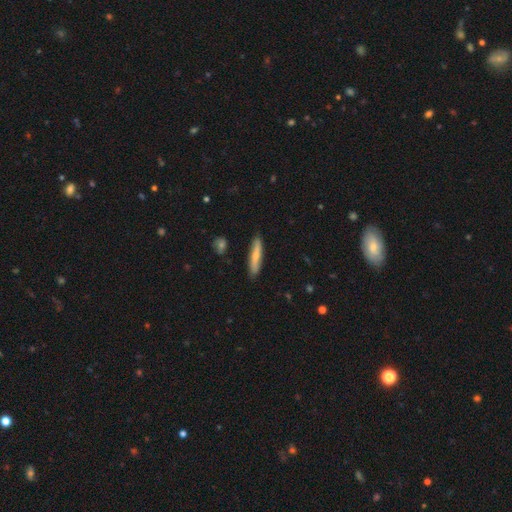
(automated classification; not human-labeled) Smooth or featured? smooth (65%)
How rounded? cigar-shaped (88%)
Merging? none (85%)